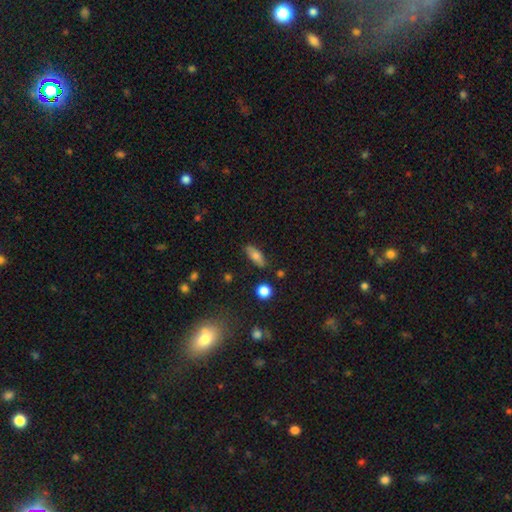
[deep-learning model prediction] The model was most divided on "how rounded": in between: 67%, cigar-shaped: 29%, round: 4%. More confident: merging — none (83%); smooth or featured — smooth (73%).